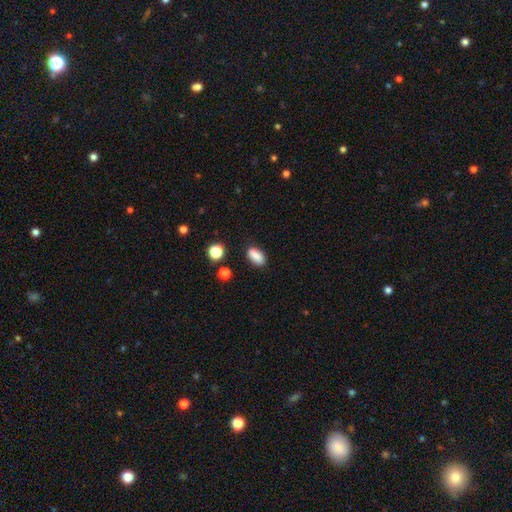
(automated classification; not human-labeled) Smooth or featured?
  - smooth: 85% *
  - star or artifact: 9%
  - featured or disk: 6%
How rounded?
  - in between: 86% *
  - cigar-shaped: 8%
  - round: 6%
Merging?
  - none: 79% *
  - minor disturbance: 13%
  - merger: 4%
  - major disturbance: 3%